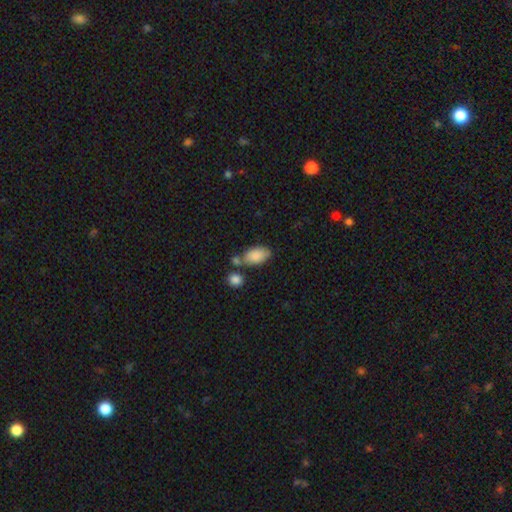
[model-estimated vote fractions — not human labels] smooth 86%, star or artifact 7%, featured or disk 7%. Down the decision tree: how rounded — in between (92%); merging — none (55%).